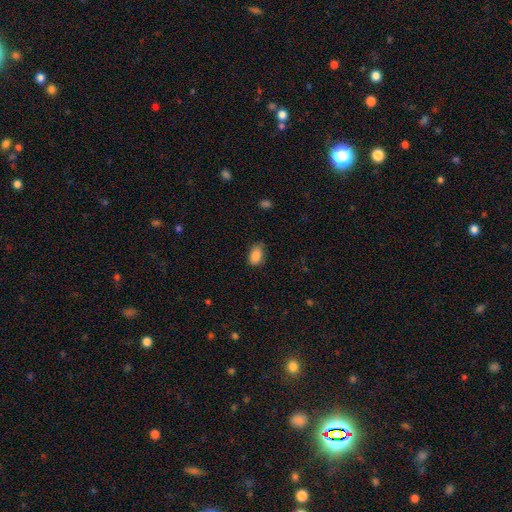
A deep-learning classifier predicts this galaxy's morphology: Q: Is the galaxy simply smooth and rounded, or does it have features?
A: smooth — 87%.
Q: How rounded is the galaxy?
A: in between — 89%.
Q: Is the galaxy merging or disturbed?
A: none — 74%.